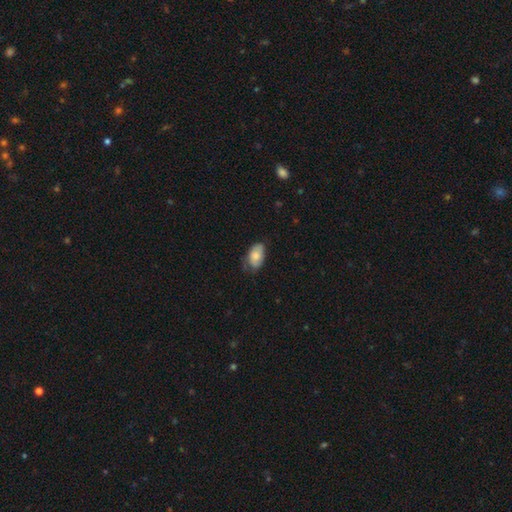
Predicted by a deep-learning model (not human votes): This is likely a smooth galaxy (73%). How rounded: clearly in between (92%). Merging: possibly none (58%).